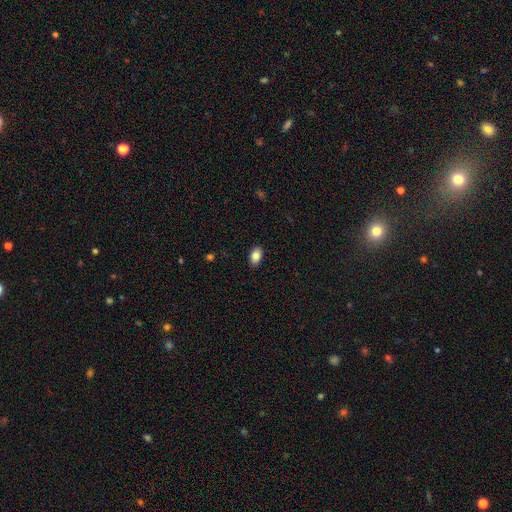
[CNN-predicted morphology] A smooth galaxy with no disk features (86%) that is in between round and cigar-shaped (91%). Merging: none (89%).